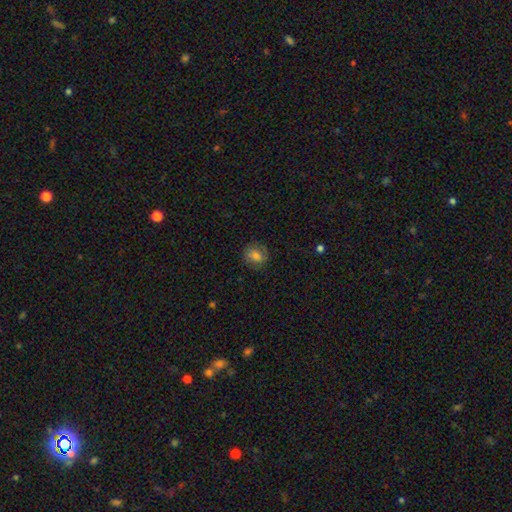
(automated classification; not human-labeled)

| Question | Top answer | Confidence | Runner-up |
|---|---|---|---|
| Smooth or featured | smooth | 68% | featured or disk (22%) |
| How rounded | round | 71% | in between (28%) |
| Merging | none | 79% | minor disturbance (15%) |